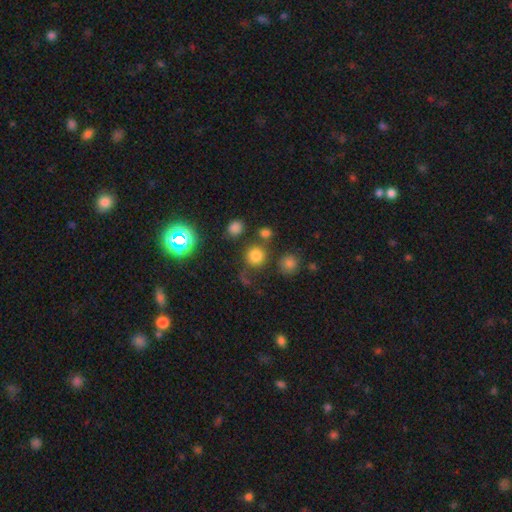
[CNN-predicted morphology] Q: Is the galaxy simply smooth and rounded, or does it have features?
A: smooth — 76%.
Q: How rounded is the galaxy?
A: round — 90%.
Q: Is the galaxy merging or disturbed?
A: none — 70%.